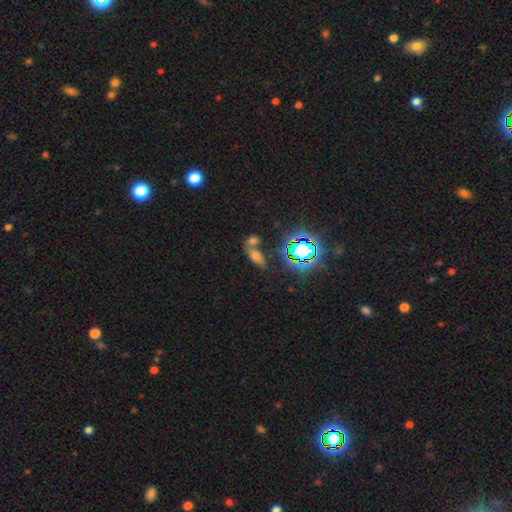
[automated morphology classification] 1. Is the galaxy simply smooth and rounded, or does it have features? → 50% smooth, 33% star or artifact, 17% featured or disk.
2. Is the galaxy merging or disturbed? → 43% none, 40% merger, 11% minor disturbance, 6% major disturbance.